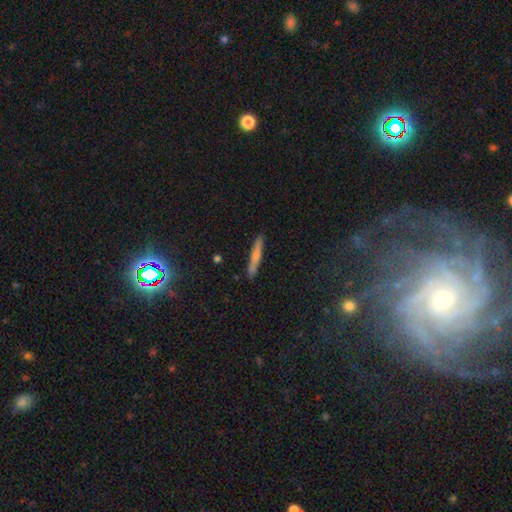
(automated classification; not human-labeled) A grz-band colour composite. It shows a smooth galaxy with no disk features (66%) that is cigar-shaped (95%). Merging: none (88%).